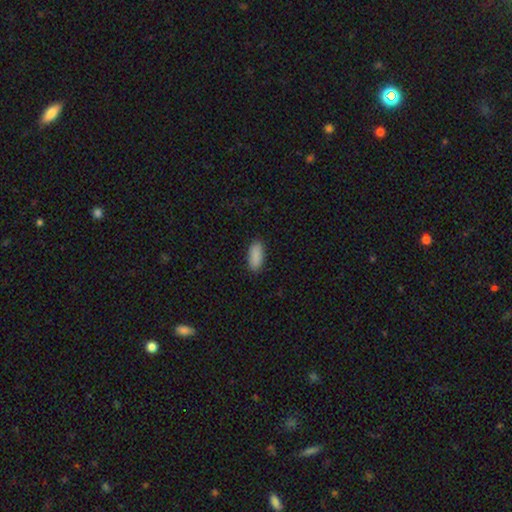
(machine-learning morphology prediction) A smooth galaxy with no disk features (90%) that is in between round and cigar-shaped (87%). Merging: none (89%).